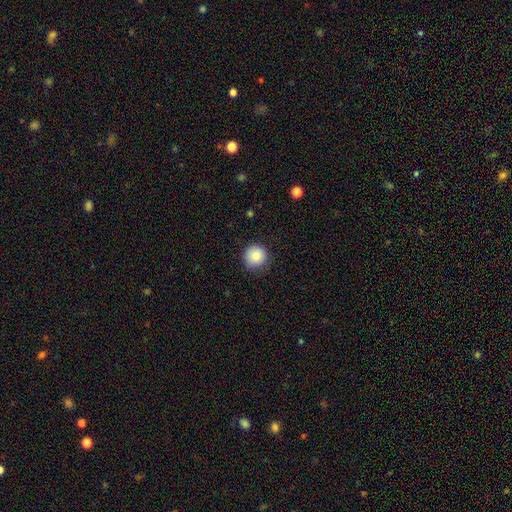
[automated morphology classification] Smooth or featured? Predicted: smooth (p=0.85). How rounded? Predicted: round (p=0.95). Merging? Predicted: none (p=0.85).